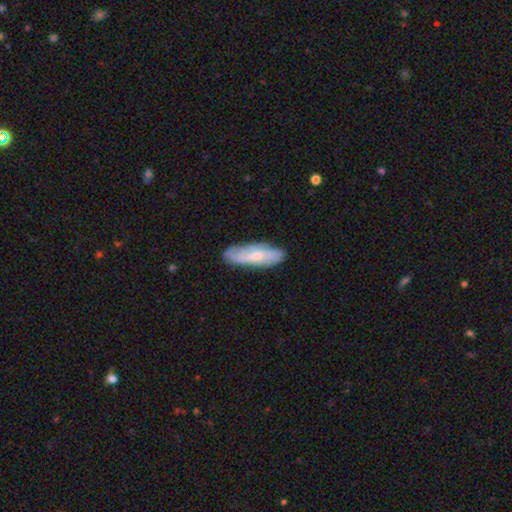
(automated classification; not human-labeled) Smooth or featured? Predicted: smooth (p=0.55). How rounded? Predicted: cigar-shaped (p=0.49, tied with in between). Merging? Predicted: none (p=0.80).